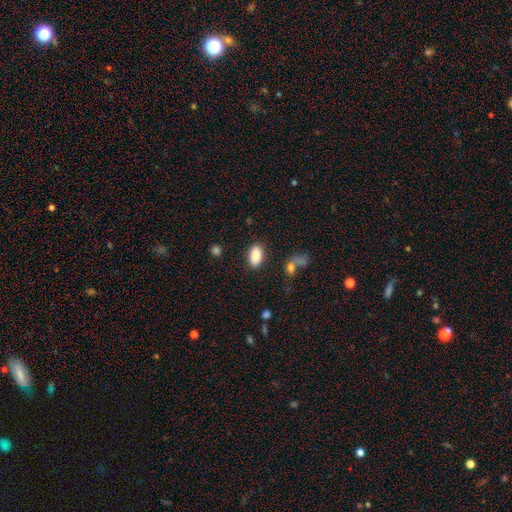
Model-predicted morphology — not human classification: A smooth galaxy with no disk features (88%) that is in between round and cigar-shaped (92%). Merging: none (84%).